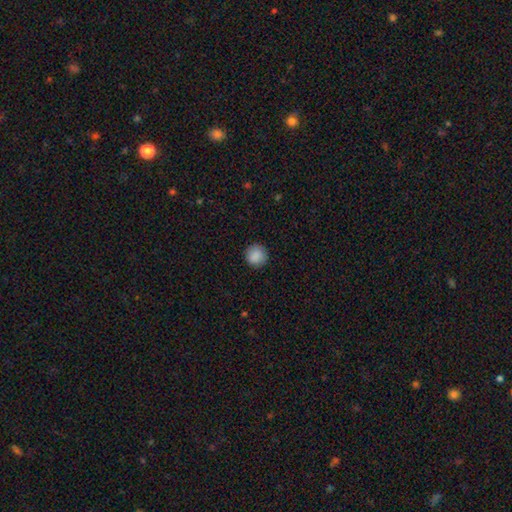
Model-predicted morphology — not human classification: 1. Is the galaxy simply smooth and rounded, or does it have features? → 88% smooth, 8% star or artifact, 3% featured or disk.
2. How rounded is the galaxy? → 94% round, 5% in between, 1% cigar-shaped.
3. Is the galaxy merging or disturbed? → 89% none, 8% minor disturbance, 2% major disturbance, 1% merger.